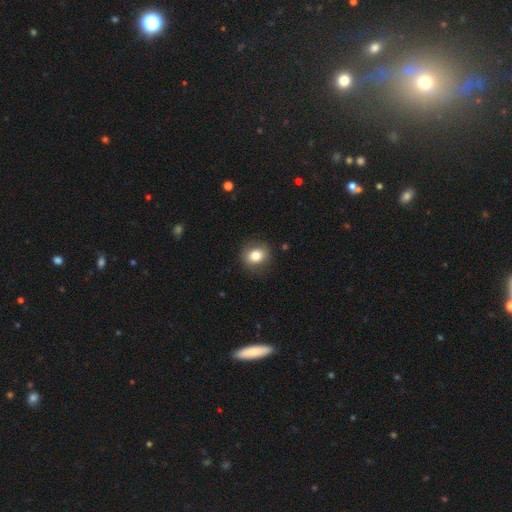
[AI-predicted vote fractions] Smooth or featured? Predicted: smooth (p=0.80). How rounded? Predicted: round (p=0.67). Merging? Predicted: none (p=0.86).